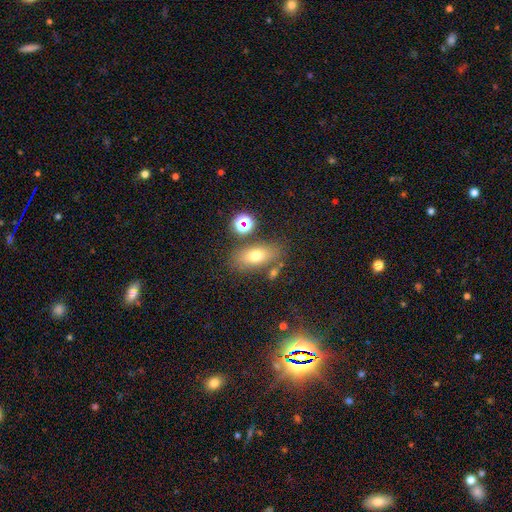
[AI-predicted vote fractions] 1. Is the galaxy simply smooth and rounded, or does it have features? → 69% smooth, 17% featured or disk, 13% star or artifact.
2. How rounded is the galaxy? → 79% in between, 11% round, 10% cigar-shaped.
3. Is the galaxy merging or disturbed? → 73% none, 13% minor disturbance, 9% merger, 5% major disturbance.